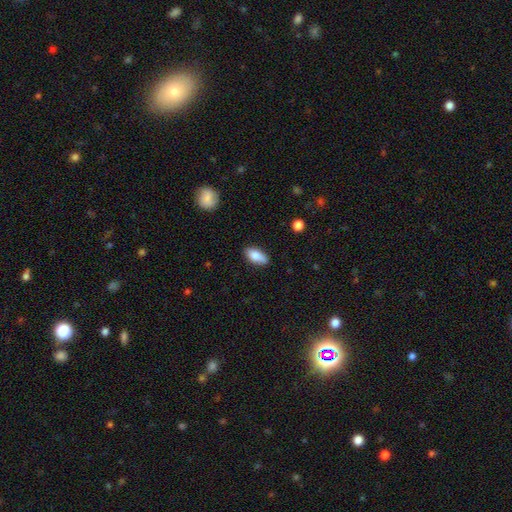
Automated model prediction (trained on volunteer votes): The model was most divided on "merging": none: 79%, minor disturbance: 16%, major disturbance: 3%, merger: 2%. More confident: how rounded — in between (87%); smooth or featured — smooth (82%).